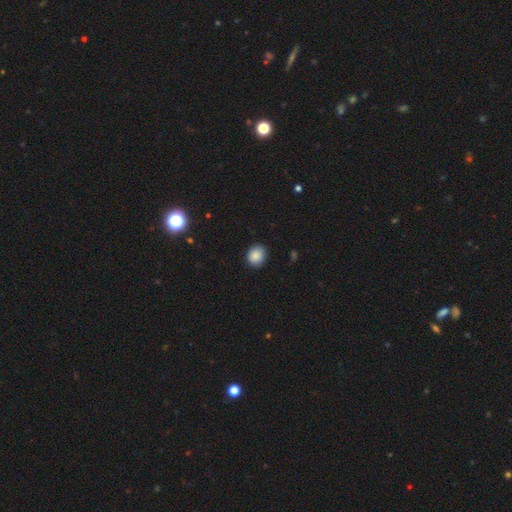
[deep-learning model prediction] smooth 88%, star or artifact 8%, featured or disk 3%. Down the decision tree: how rounded — round (69%); merging — none (88%).